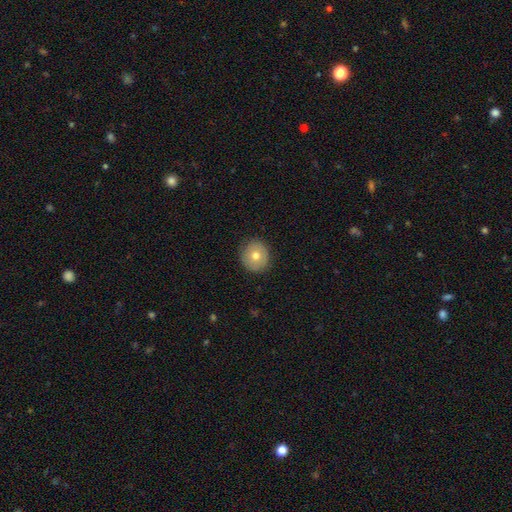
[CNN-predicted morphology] A smooth galaxy with no disk features (72%) that is round (91%).

Vote fractions:
- Smooth or featured? smooth: 72% / featured or disk: 20% / star or artifact: 9%
- How rounded? round: 91% / in between: 8% / cigar-shaped: 1%
- Merging? none: 90% / minor disturbance: 7% / major disturbance: 2% / merger: 1%